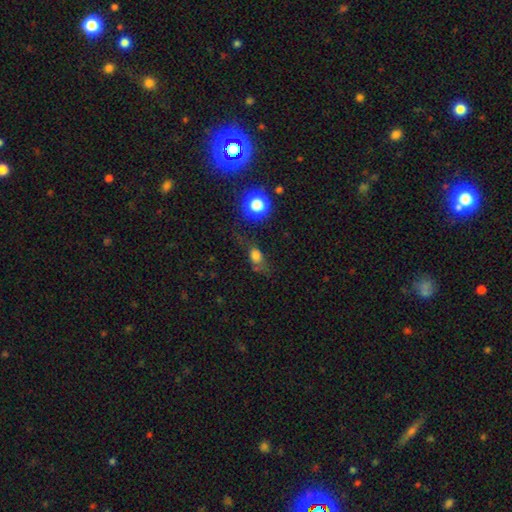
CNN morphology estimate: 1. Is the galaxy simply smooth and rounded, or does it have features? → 67% smooth, 20% star or artifact, 13% featured or disk.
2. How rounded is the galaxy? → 60% in between, 32% round, 8% cigar-shaped.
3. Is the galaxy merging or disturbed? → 48% none, 24% minor disturbance, 22% major disturbance, 6% merger.